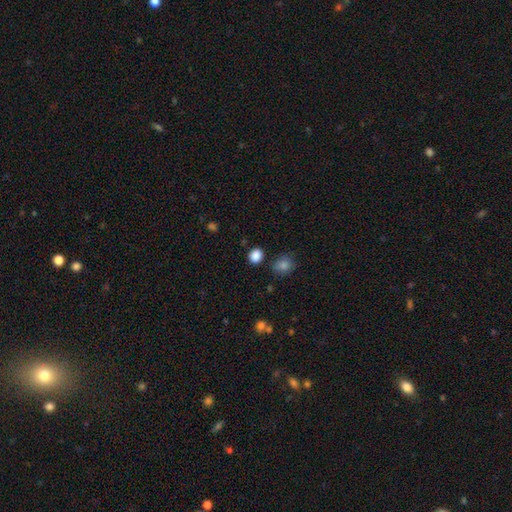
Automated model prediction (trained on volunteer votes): A smooth galaxy with no disk features (86%) that is round (68%).

Vote fractions:
- Smooth or featured? smooth: 86% / star or artifact: 11% / featured or disk: 3%
- How rounded? round: 68% / in between: 31% / cigar-shaped: 1%
- Merging? none: 83% / minor disturbance: 10% / merger: 4% / major disturbance: 3%